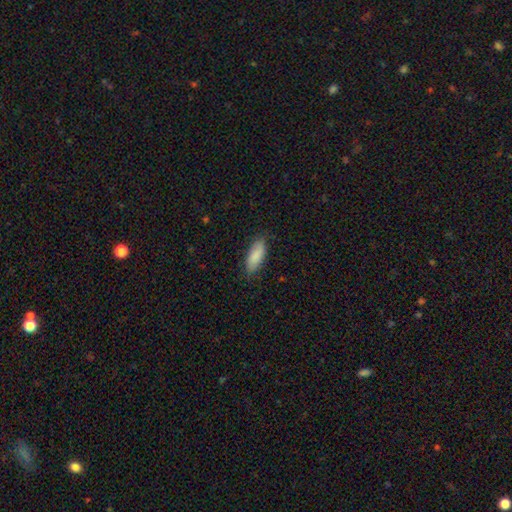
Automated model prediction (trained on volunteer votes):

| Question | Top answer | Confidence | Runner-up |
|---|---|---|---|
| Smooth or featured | smooth | 87% | featured or disk (8%) |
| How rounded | in between | 73% | cigar-shaped (25%) |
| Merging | none | 83% | minor disturbance (13%) |